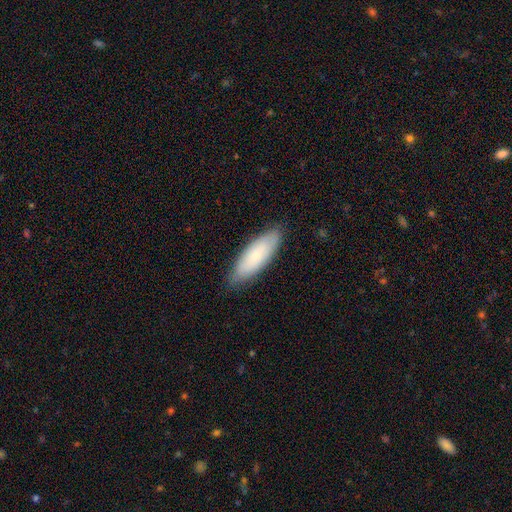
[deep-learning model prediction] This is likely a smooth galaxy (75%). How rounded: possibly in between (60%). Merging: clearly none (84%).